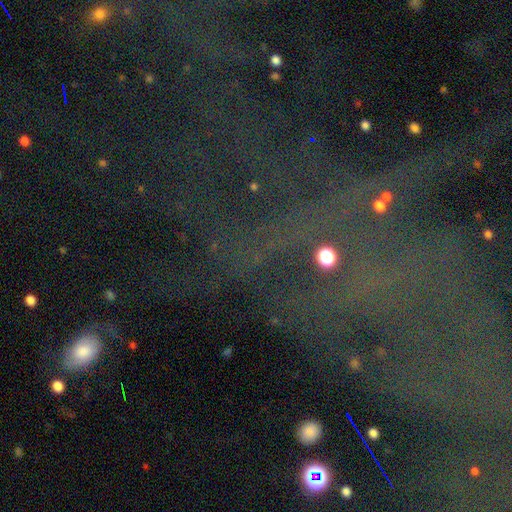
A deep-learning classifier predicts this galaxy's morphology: Smooth or featured? star or artifact (70%)